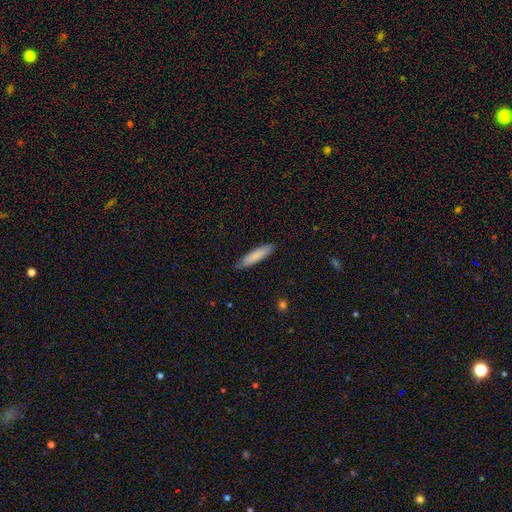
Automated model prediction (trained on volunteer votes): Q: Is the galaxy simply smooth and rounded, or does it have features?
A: smooth — 84%.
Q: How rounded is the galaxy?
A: cigar-shaped — 77%.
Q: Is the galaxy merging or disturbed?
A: none — 82%.